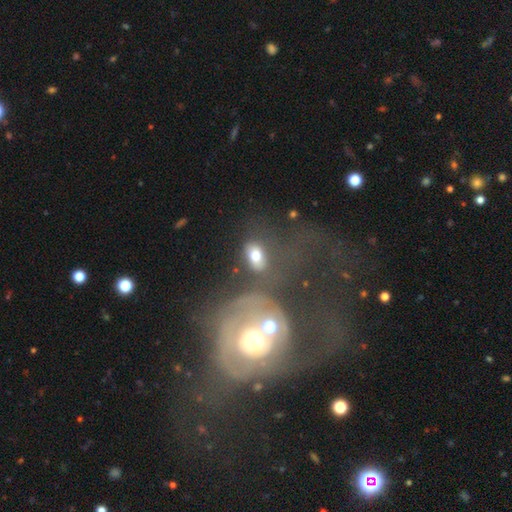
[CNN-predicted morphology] A smooth galaxy with no disk features (69%) that is in between round and cigar-shaped (80%). Merging: none (55%).